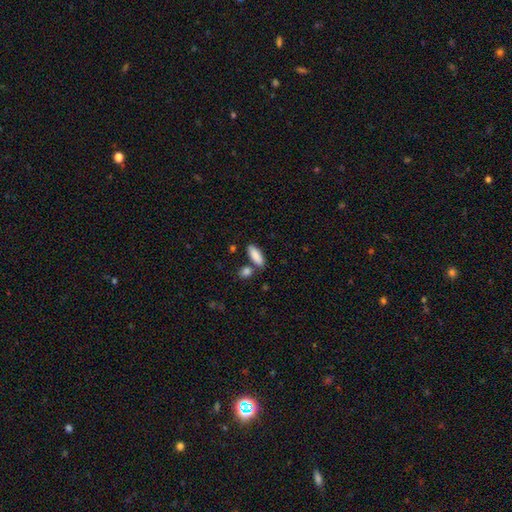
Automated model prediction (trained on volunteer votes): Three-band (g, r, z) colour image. It shows a smooth galaxy with no disk features (88%) that is in between round and cigar-shaped (73%). Merging: none (72%).